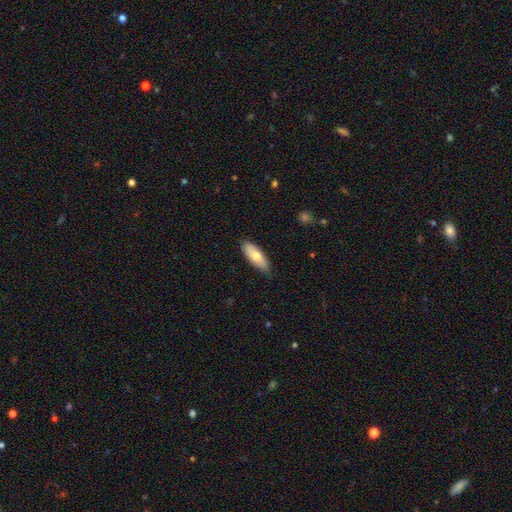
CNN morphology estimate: Smooth or featured? smooth (69%)
How rounded? in between (73%)
Merging? none (83%)